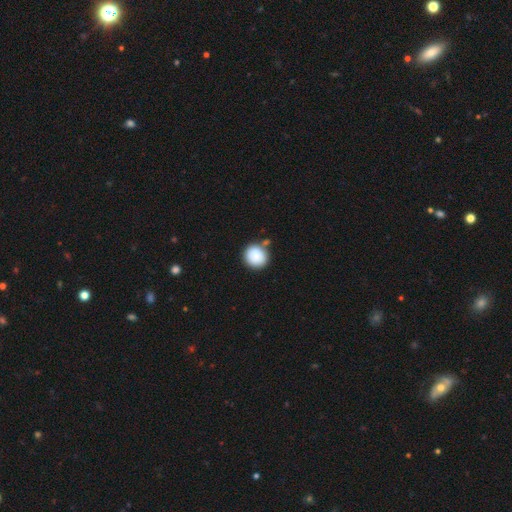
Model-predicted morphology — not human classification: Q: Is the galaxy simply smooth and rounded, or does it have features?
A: smooth — 87%.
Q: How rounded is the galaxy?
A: round — 86%.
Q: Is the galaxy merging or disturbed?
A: none — 77%.